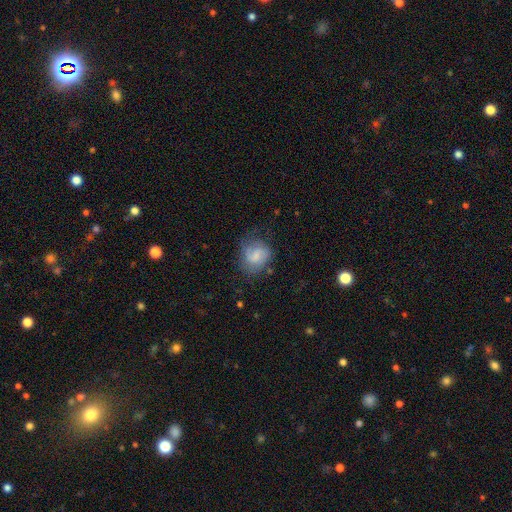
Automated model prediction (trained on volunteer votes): A featured or disk galaxy (47%).

Vote fractions:
- Smooth or featured? featured or disk: 47% / smooth: 44% / star or artifact: 8%
- Merging? none: 59% / minor disturbance: 25% / major disturbance: 14% / merger: 2%